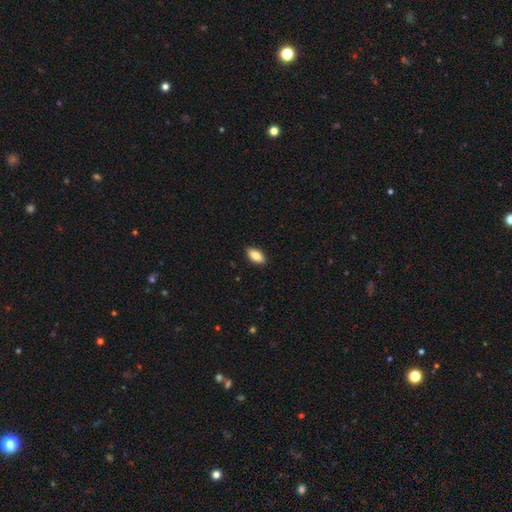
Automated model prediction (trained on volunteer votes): Overall: smooth (82%). How rounded: in between (89%). Merging: none (89%).